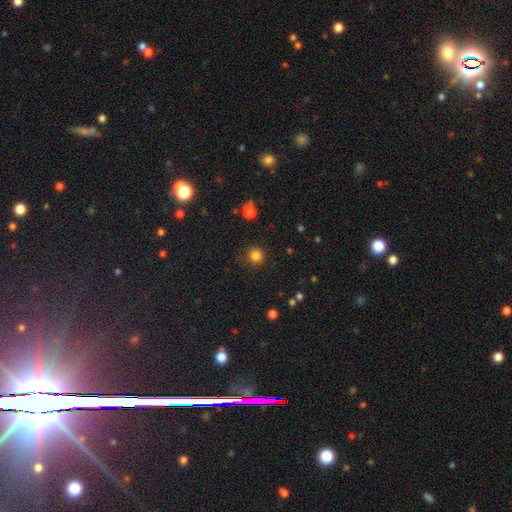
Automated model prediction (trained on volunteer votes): Q: Smooth or featured?
A: smooth (83%); runner-up: star or artifact (13%)
Q: How rounded?
A: round (93%); runner-up: in between (6%)
Q: Merging?
A: none (89%); runner-up: minor disturbance (7%)